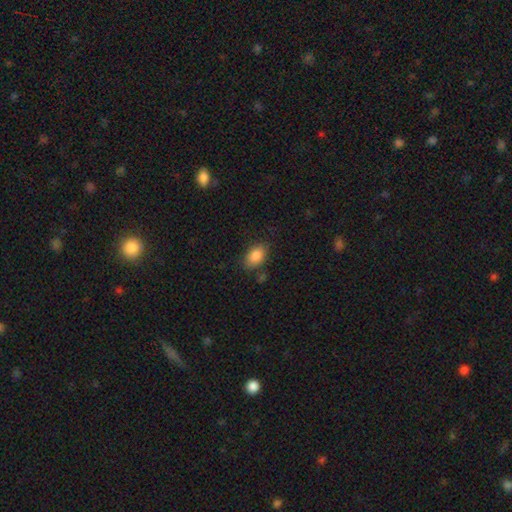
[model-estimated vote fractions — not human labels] This is clearly a smooth galaxy (86%). How rounded: clearly in between (87%). Merging: likely none (78%).